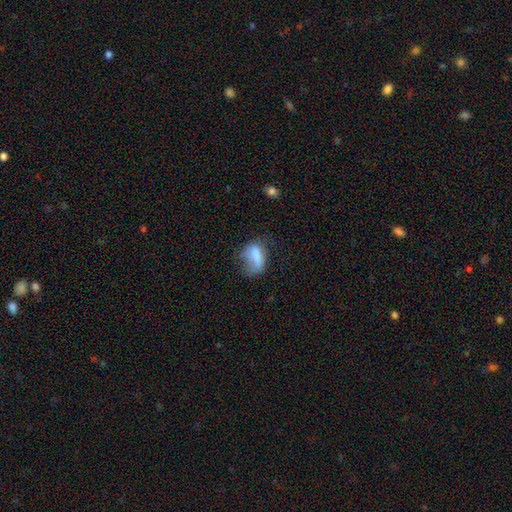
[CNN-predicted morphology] Smooth or featured? smooth (70%)
How rounded? in between (83%)
Merging? major disturbance (39%)